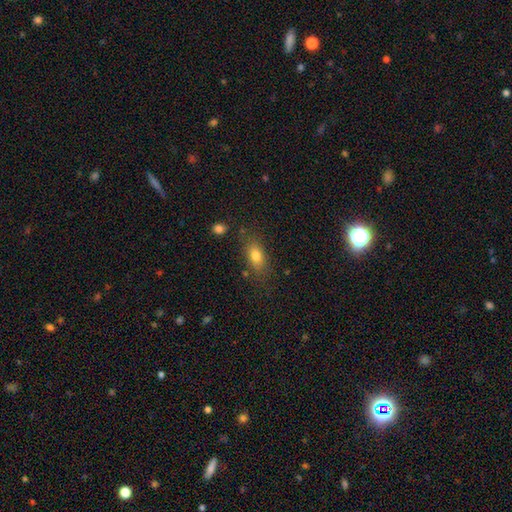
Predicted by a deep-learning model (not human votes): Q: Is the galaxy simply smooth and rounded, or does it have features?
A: smooth — 79%.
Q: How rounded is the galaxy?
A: in between — 81%.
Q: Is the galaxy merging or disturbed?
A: none — 75%.